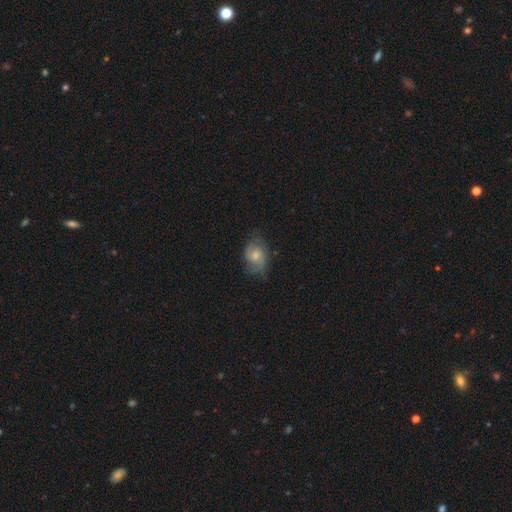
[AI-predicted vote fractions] Overall: featured or disk (58%; smooth 35%). Edge-on disk: no (96%). Bar: no (72%). Spiral arms: yes (86%). Bulge size: moderate (48%; small 43%). Merging: none (57%; minor disturbance 28%).